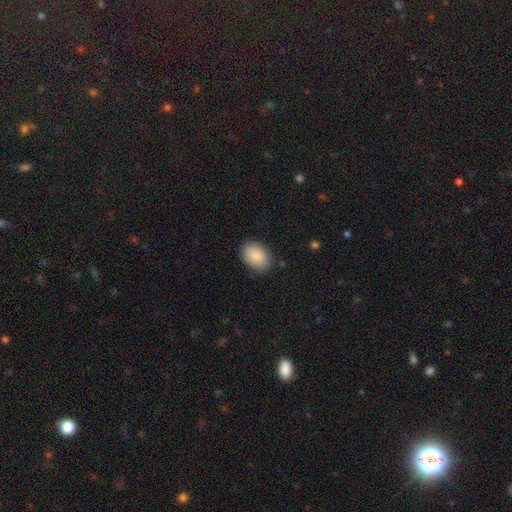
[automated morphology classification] Smooth or featured: smooth — 88% (star or artifact — 7%)
How rounded: in between — 87% (round — 12%)
Merging: none — 83% (minor disturbance — 13%)